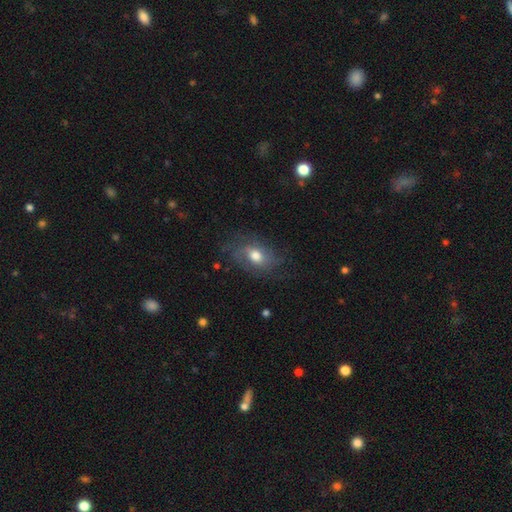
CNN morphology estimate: type=smooth (45%, tied with featured or disk); merging=none (61%).